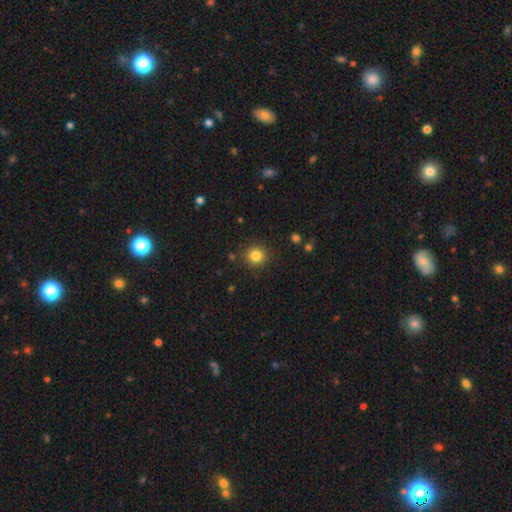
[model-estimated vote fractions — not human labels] A smooth galaxy with no disk features (83%) that is round (91%). Merging: none (88%).